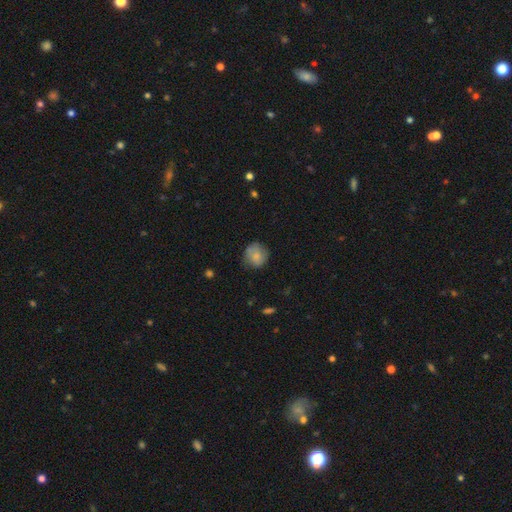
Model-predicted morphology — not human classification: A smooth galaxy with no disk features (81%) that is round (85%). Merging: none (72%).